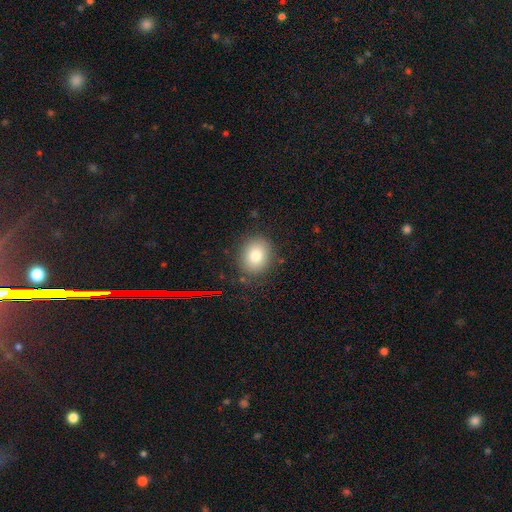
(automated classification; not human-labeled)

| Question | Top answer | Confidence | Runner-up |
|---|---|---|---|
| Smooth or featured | smooth | 78% | star or artifact (12%) |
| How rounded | round | 59% | in between (40%) |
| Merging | none | 84% | minor disturbance (11%) |